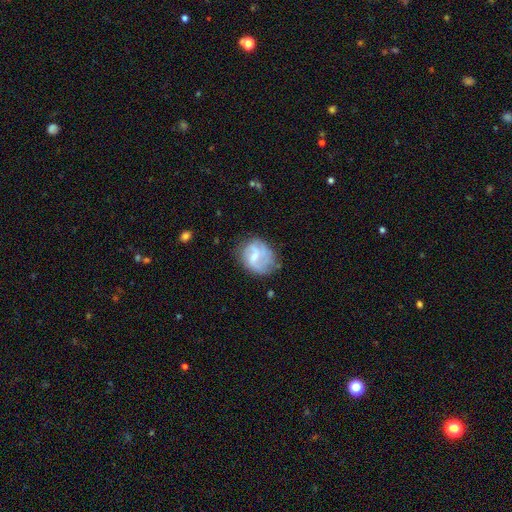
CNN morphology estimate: smooth_or_featured: featured or disk (p=0.59) [alt: smooth p=0.34]
disk_edge_on: no (p=0.98) [alt: yes p=0.02]
bar: weak (p=0.56) [alt: no p=0.24]
has_spiral_arms: yes (p=0.74) [alt: no p=0.26]
bulge_size: small (p=0.43) [alt: moderate p=0.29]
merging: none (p=0.55) [alt: minor disturbance p=0.26]